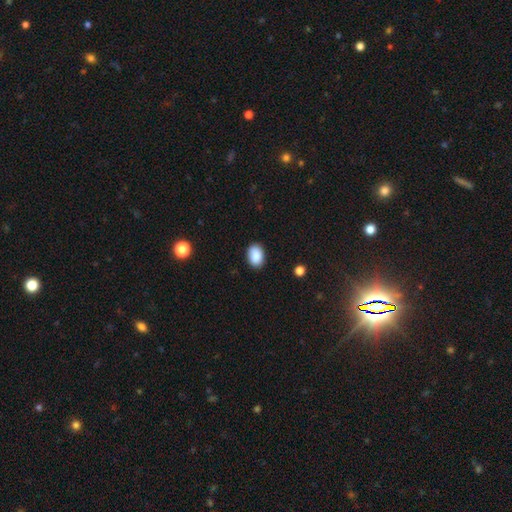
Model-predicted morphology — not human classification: A smooth galaxy with no disk features (89%) that is in between round and cigar-shaped (82%).

Vote fractions:
- Smooth or featured? smooth: 89% / star or artifact: 7% / featured or disk: 4%
- How rounded? in between: 82% / round: 17% / cigar-shaped: 1%
- Merging? none: 86% / minor disturbance: 10% / major disturbance: 2% / merger: 1%